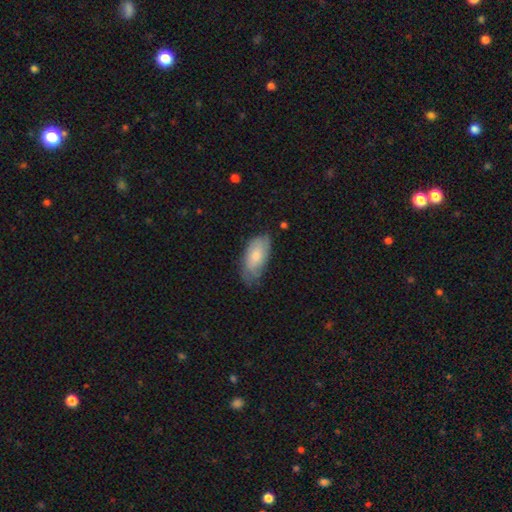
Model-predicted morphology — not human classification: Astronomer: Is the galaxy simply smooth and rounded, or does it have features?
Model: smooth — 70%.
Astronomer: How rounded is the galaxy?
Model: in between — 91%.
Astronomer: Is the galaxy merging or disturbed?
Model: none — 59%.